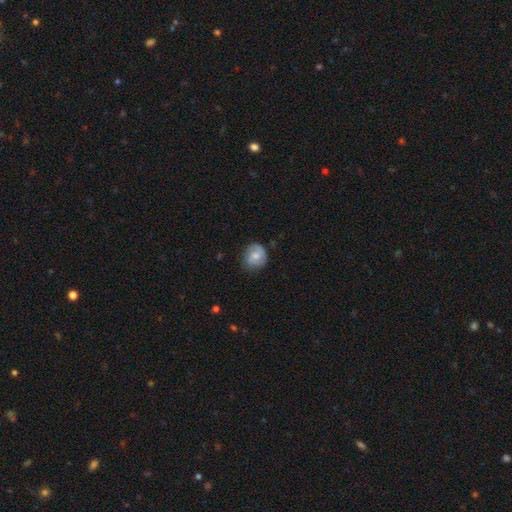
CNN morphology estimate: smooth_or_featured: smooth (p=0.63) [alt: featured or disk p=0.30]
how_rounded: round (p=0.73) [alt: in between p=0.26]
merging: none (p=0.69) [alt: minor disturbance p=0.23]